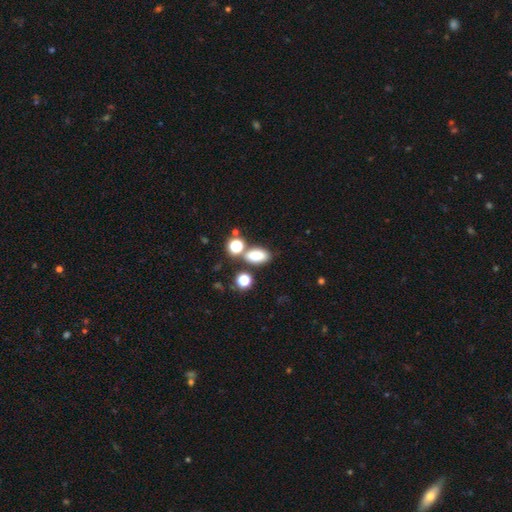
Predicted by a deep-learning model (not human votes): Overall: smooth (77%). How rounded: in between (82%). Merging: none (65%).